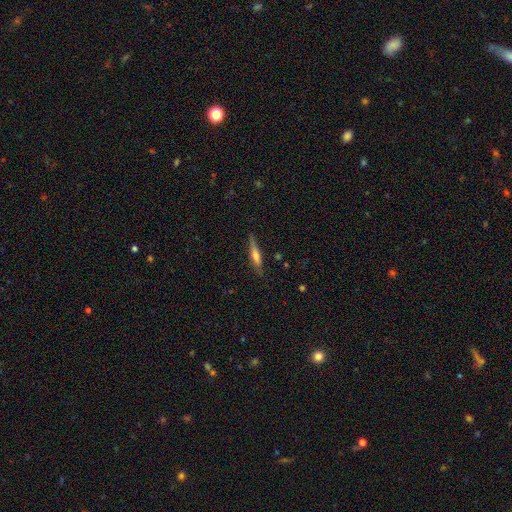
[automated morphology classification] Smooth or featured: featured or disk — 52% (smooth — 42%)
Edge-on disk: yes — 93% (no — 7%)
Merging: none — 83% (minor disturbance — 13%)